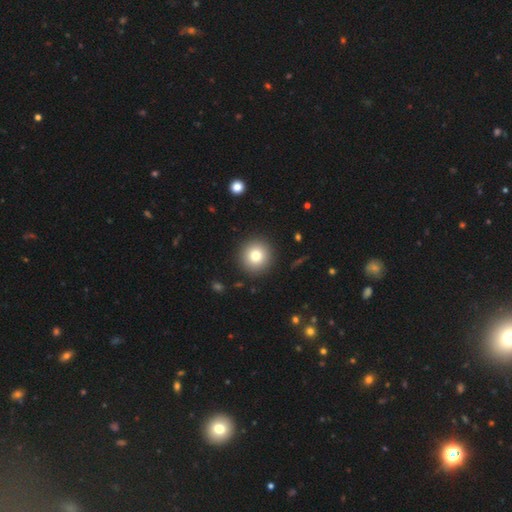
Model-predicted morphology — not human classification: smooth-or-featured: smooth: 79% | star or artifact: 11% | featured or disk: 10%
  how-rounded: round: 95% | in between: 4% | cigar-shaped: 1%
  merging: none: 91% | minor disturbance: 5% | major disturbance: 2% | merger: 1%